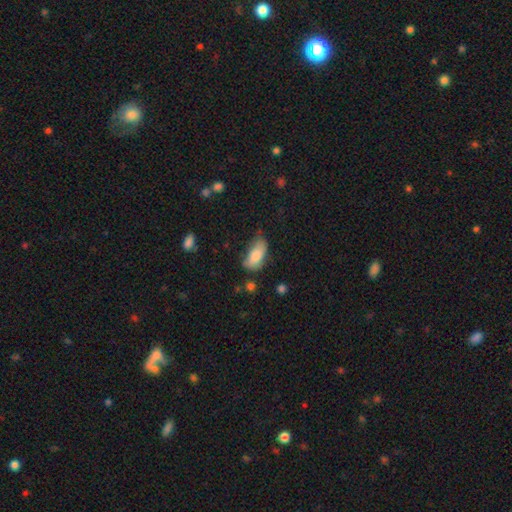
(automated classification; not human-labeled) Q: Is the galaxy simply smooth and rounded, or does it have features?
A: smooth — 81%.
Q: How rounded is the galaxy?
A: in between — 91%.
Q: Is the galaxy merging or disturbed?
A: none — 45%.